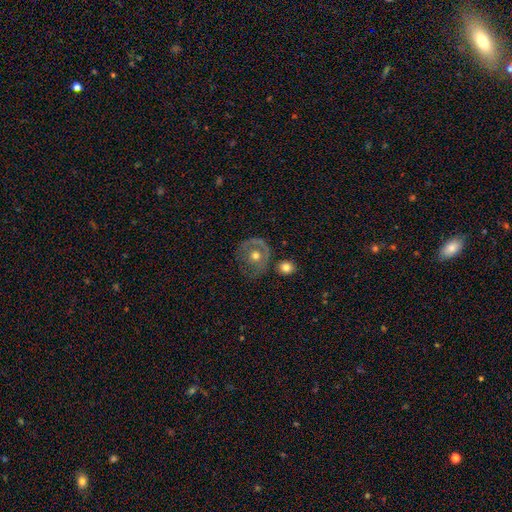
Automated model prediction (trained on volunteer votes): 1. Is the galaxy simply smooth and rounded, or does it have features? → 49% featured or disk, 44% smooth, 7% star or artifact.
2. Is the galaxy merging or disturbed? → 54% none, 22% minor disturbance, 17% major disturbance, 7% merger.